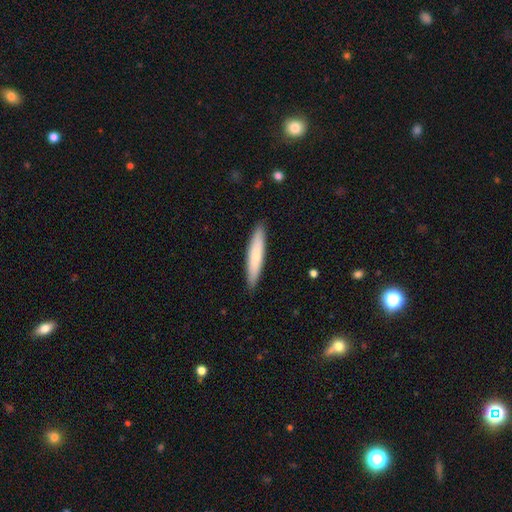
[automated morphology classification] This appears to be a smooth galaxy with no disk features (69%) that is cigar-shaped (90%). Merging: none (90%).